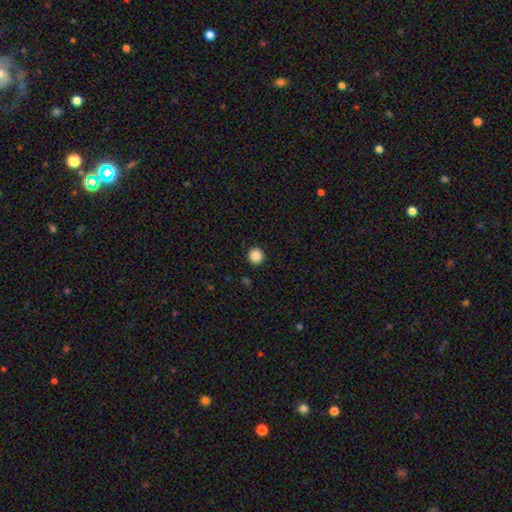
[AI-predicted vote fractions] Q: Smooth or featured?
A: smooth (87%); runner-up: star or artifact (10%)
Q: How rounded?
A: round (96%); runner-up: in between (3%)
Q: Merging?
A: none (92%); runner-up: minor disturbance (5%)